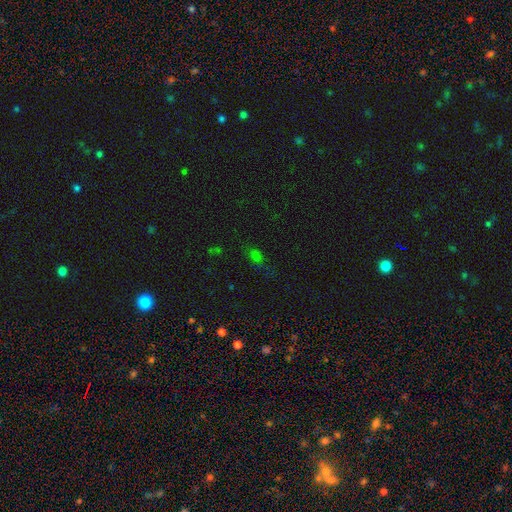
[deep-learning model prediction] Morphology: type=smooth (60%); roundness=in between (77%); merging=none (63%).